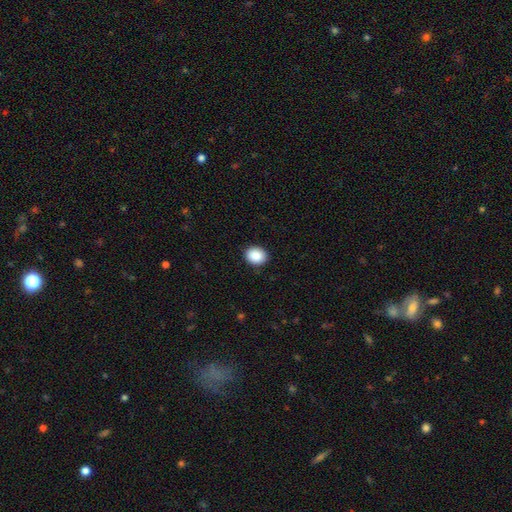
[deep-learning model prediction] The model was most divided on "how rounded": round: 52%, in between: 47%, cigar-shaped: 1%. More confident: merging — none (90%); smooth or featured — smooth (89%).